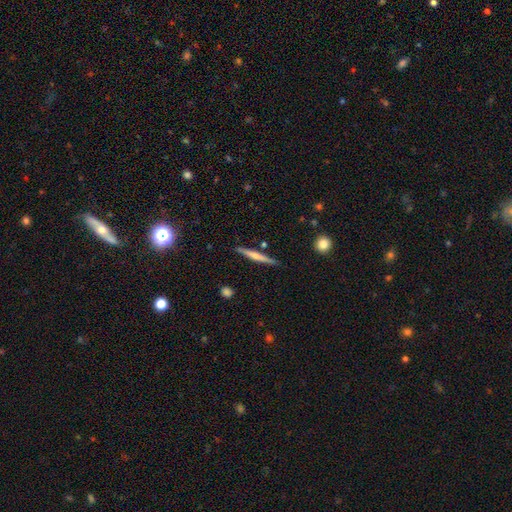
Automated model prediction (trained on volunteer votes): Q: Smooth or featured?
A: smooth (48%); runner-up: featured or disk (47%)
Q: Merging?
A: none (86%); runner-up: minor disturbance (10%)